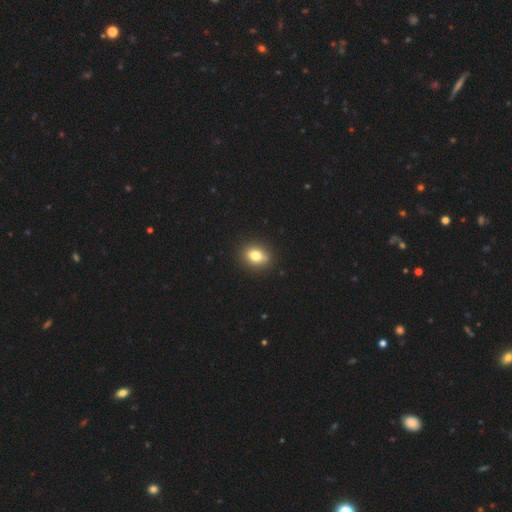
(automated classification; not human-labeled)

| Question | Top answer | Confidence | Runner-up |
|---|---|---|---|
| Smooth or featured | smooth | 78% | featured or disk (12%) |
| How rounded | in between | 57% | round (41%) |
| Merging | none | 87% | minor disturbance (9%) |